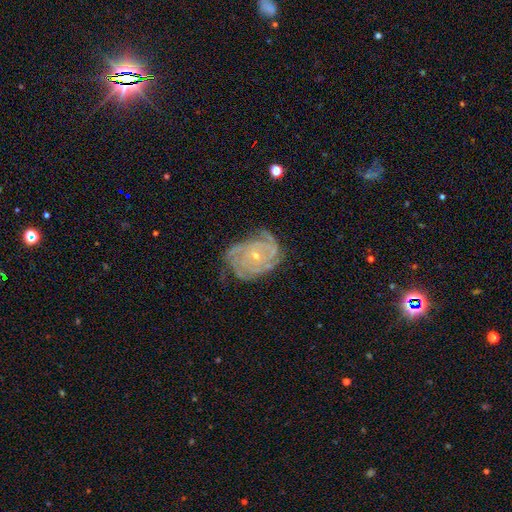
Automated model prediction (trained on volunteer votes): smooth_or_featured: featured or disk (p=0.85) [alt: smooth p=0.08]
disk_edge_on: no (p=0.97) [alt: yes p=0.03]
bar: no (p=0.77) [alt: weak p=0.18]
has_spiral_arms: yes (p=0.96) [alt: no p=0.04]
spiral_winding: tight (p=0.71) [alt: medium p=0.24]
spiral_arm_count: can't tell (p=0.26) [alt: 3 p=0.24]
bulge_size: small (p=0.78) [alt: moderate p=0.18]
merging: none (p=0.64) [alt: minor disturbance p=0.24]